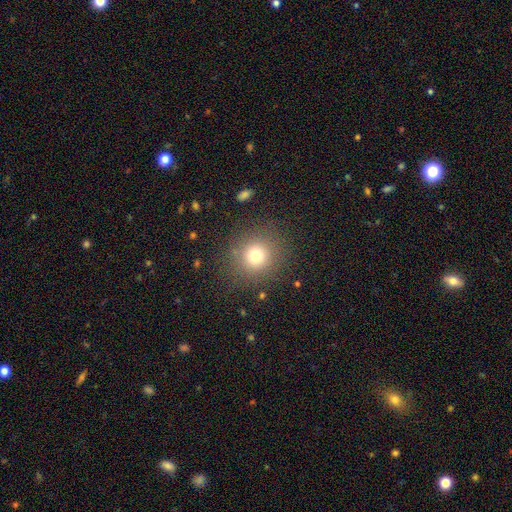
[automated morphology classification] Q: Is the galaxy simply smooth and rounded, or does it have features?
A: smooth — 73%.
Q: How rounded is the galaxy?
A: round — 90%.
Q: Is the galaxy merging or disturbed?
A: none — 86%.